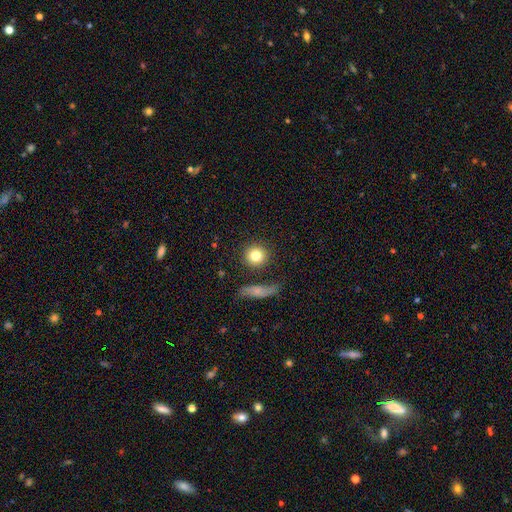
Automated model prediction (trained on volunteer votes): This is clearly a smooth galaxy (81%). How rounded: clearly round (91%). Merging: clearly none (84%).